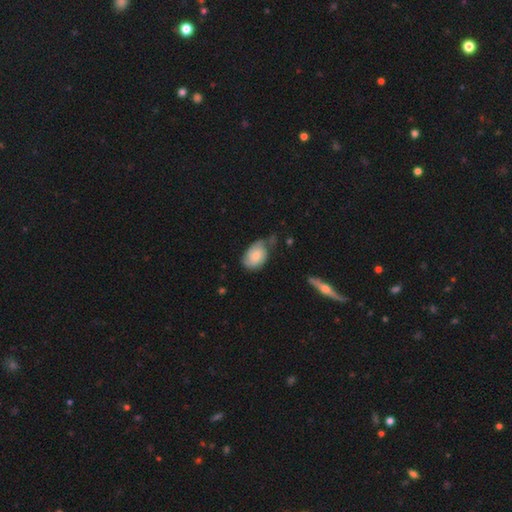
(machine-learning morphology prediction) Overall: smooth (54%; featured or disk 39%). How rounded: in between (82%). Merging: none (44%; minor disturbance 37%).